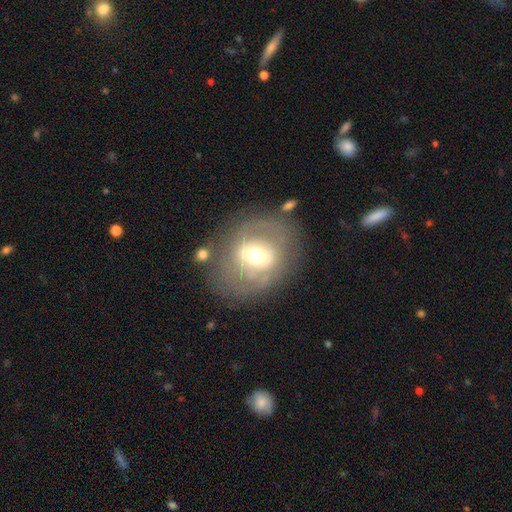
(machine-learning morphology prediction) featured or disk 63%, smooth 29%, star or artifact 7%. Down the decision tree: edge-on disk — no (95%); bar — weak (41%); spiral arms — no (54%); bulge size — moderate (65%); merging — none (71%).